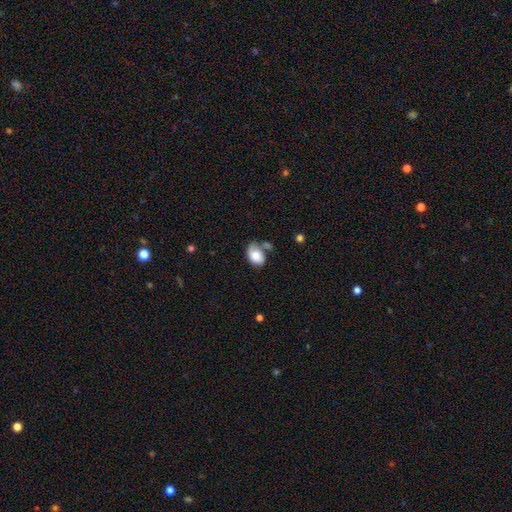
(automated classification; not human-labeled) Smooth or featured: smooth — 73% (featured or disk — 20%)
How rounded: in between — 82% (round — 17%)
Merging: none — 38% (minor disturbance — 28%)